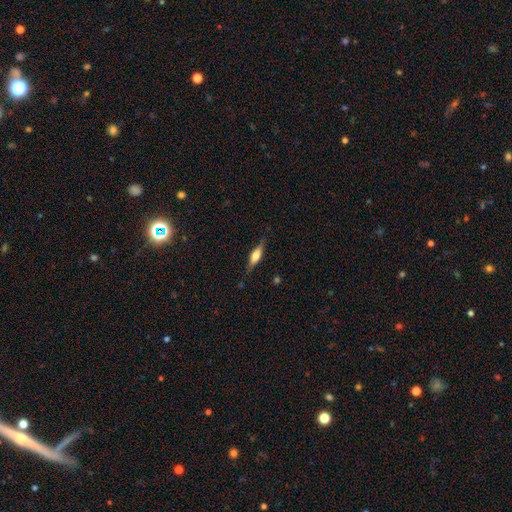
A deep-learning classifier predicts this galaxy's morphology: A smooth galaxy with no disk features (52%) that is cigar-shaped (53%).

Vote fractions:
- Smooth or featured? smooth: 52% / featured or disk: 42% / star or artifact: 6%
- How rounded? cigar-shaped: 53% / in between: 44% / round: 3%
- Merging? none: 79% / minor disturbance: 16% / major disturbance: 4% / merger: 1%